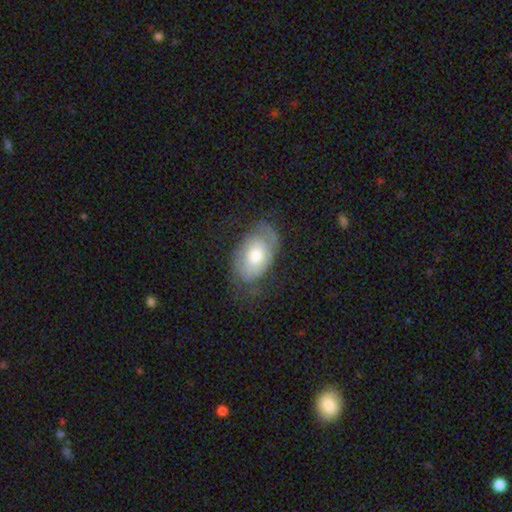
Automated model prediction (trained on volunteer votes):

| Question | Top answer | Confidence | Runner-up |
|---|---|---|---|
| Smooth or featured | smooth | 50% | featured or disk (44%) |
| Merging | none | 55% | minor disturbance (27%) |